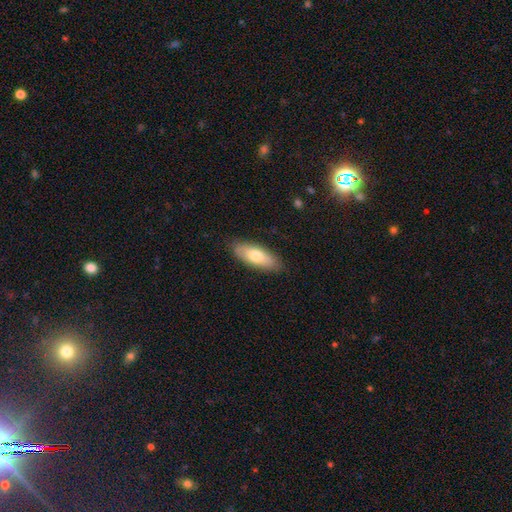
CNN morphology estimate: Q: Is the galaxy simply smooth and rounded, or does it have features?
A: smooth — 71%.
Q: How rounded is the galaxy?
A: in between — 69%.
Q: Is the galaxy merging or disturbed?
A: none — 86%.